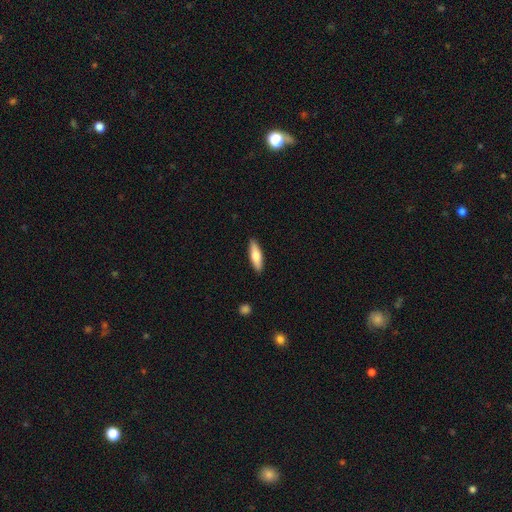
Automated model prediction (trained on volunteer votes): smooth 70%, featured or disk 24%, star or artifact 5%. Down the decision tree: how rounded — cigar-shaped (58%); merging — none (89%).